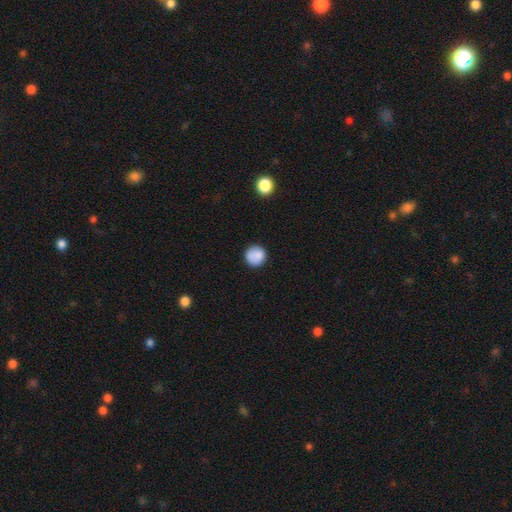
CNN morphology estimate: This is clearly a smooth galaxy (84%). How rounded: clearly round (92%). Merging: clearly none (83%).